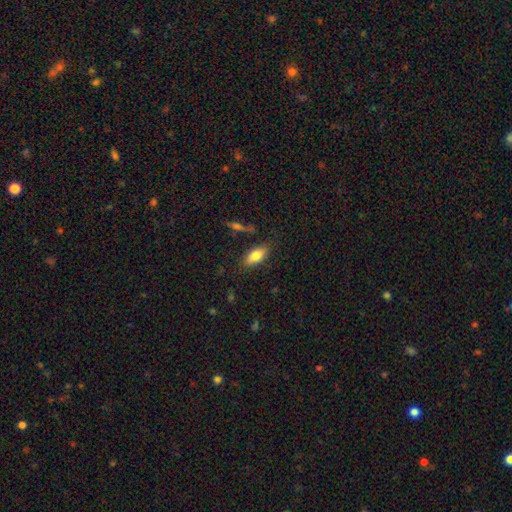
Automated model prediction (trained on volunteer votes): Smooth or featured?
  - smooth: 78% *
  - featured or disk: 14%
  - star or artifact: 7%
How rounded?
  - in between: 85% *
  - cigar-shaped: 12%
  - round: 3%
Merging?
  - none: 81% *
  - minor disturbance: 13%
  - major disturbance: 3%
  - merger: 3%